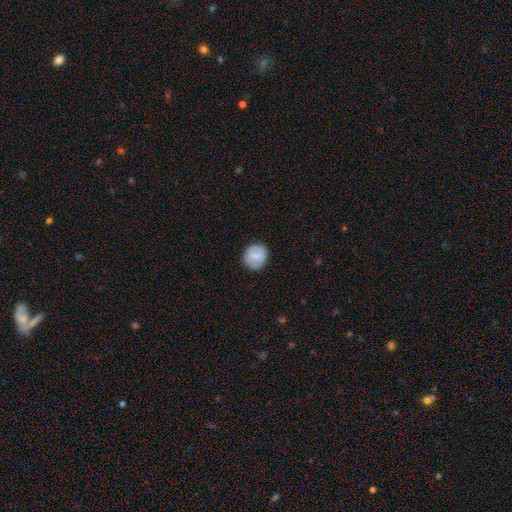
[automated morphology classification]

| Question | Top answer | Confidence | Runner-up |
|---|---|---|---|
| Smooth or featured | smooth | 64% | featured or disk (29%) |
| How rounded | round | 83% | in between (16%) |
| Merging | none | 86% | minor disturbance (10%) |